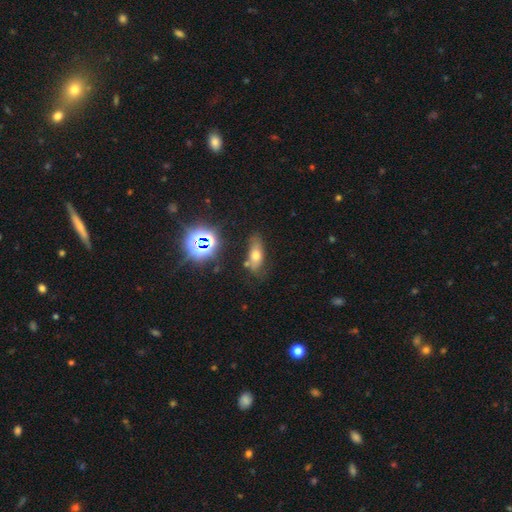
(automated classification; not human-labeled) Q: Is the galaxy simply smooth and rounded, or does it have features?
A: smooth — 58%.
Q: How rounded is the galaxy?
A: in between — 73%.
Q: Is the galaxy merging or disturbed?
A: none — 68%.